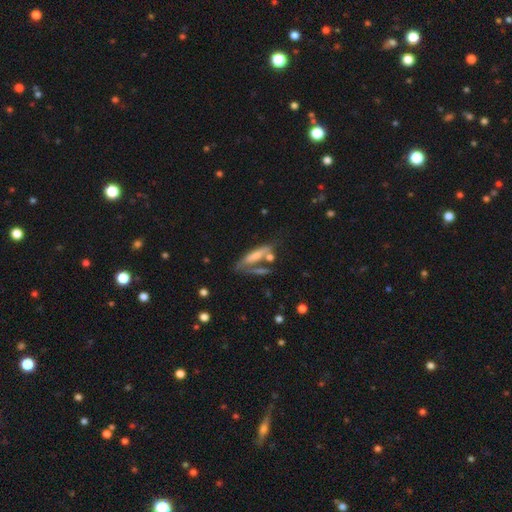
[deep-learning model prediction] Smooth or featured? Predicted: smooth (p=0.58). How rounded? Predicted: cigar-shaped (p=0.66). Merging? Predicted: none (p=0.41).